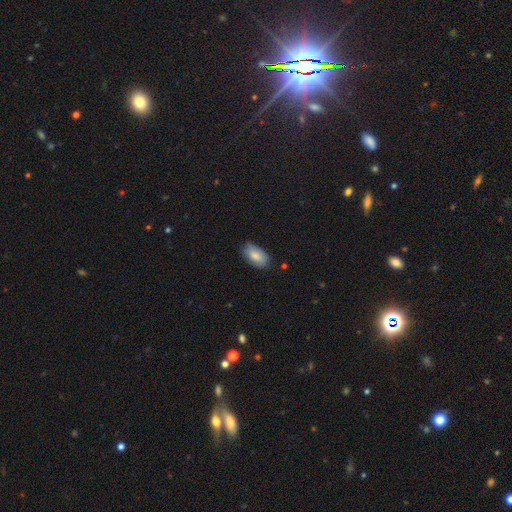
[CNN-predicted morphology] smooth-or-featured: smooth: 83% | featured or disk: 10% | star or artifact: 7%
  how-rounded: in between: 94% | round: 3% | cigar-shaped: 3%
  merging: none: 74% | minor disturbance: 22% | major disturbance: 3% | merger: 1%